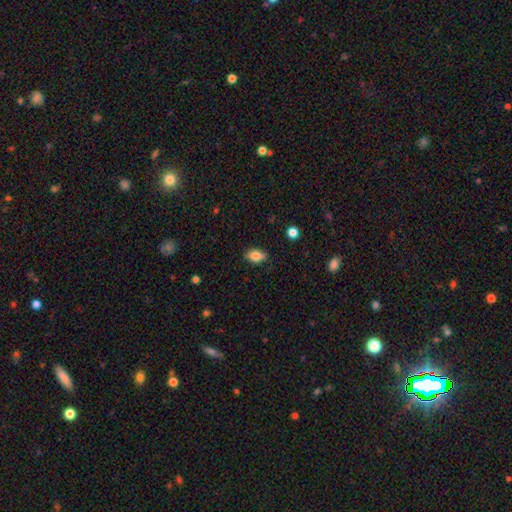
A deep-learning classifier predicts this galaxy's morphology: Smooth or featured? smooth (81%)
How rounded? in between (85%)
Merging? none (82%)